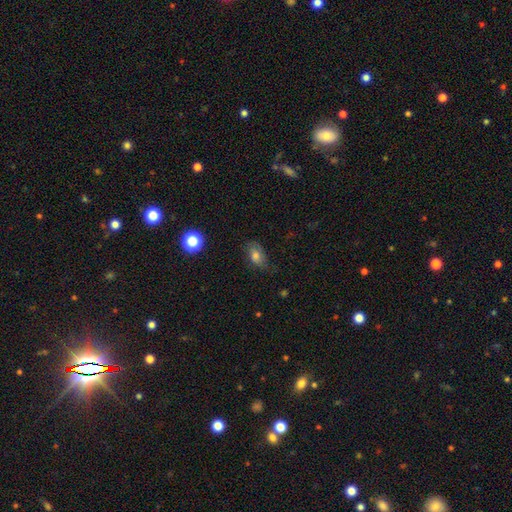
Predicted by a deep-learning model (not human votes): Smooth or featured: smooth — 74% (featured or disk — 15%)
How rounded: in between — 86% (round — 12%)
Merging: none — 68% (minor disturbance — 24%)